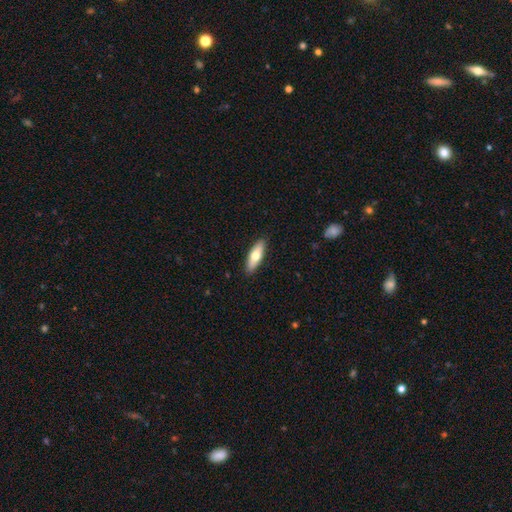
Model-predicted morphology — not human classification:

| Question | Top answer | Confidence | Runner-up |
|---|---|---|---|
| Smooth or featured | smooth | 64% | featured or disk (31%) |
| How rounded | in between | 51% | cigar-shaped (47%) |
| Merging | none | 90% | minor disturbance (7%) |